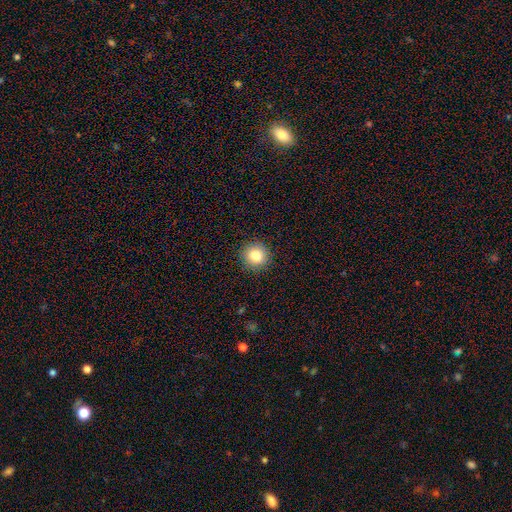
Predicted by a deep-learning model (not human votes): Smooth or featured? Predicted: smooth (p=0.84). How rounded? Predicted: round (p=0.92). Merging? Predicted: none (p=0.91).